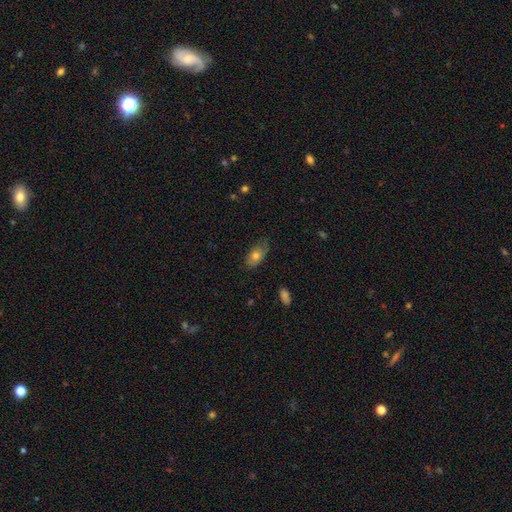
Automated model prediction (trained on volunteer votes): Overall: smooth (70%). How rounded: in between (88%). Merging: none (66%; minor disturbance 27%).